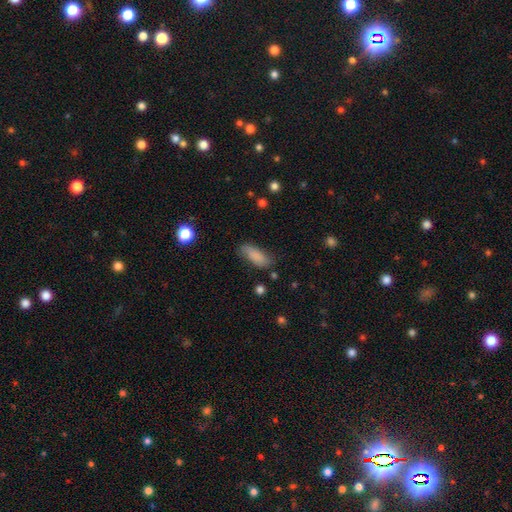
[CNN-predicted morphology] Smooth or featured? Predicted: smooth (p=0.81). How rounded? Predicted: in between (p=0.77). Merging? Predicted: none (p=0.66).